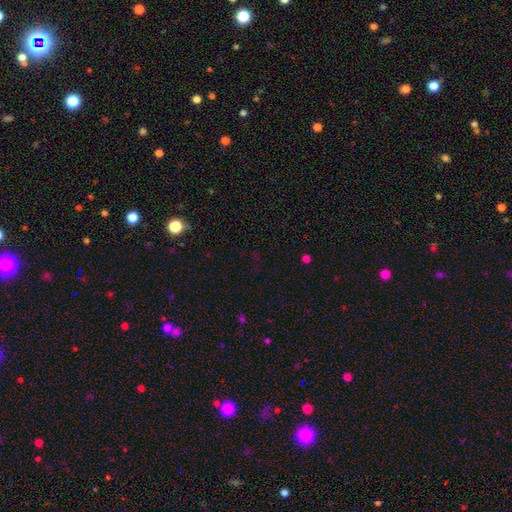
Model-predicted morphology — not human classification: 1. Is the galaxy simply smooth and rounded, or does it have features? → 66% star or artifact, 26% smooth, 8% featured or disk.